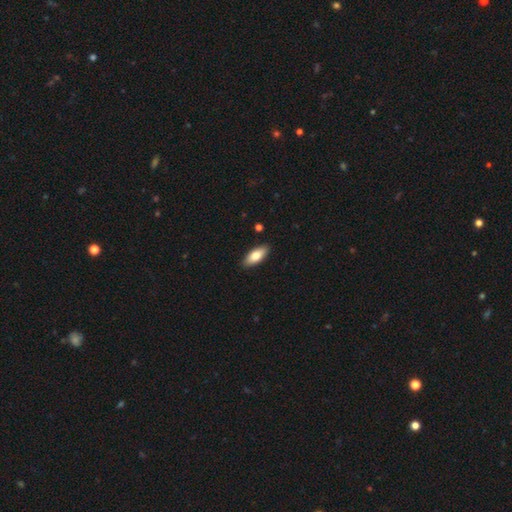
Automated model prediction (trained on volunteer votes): Smooth or featured?
  - smooth: 77% *
  - featured or disk: 17%
  - star or artifact: 6%
How rounded?
  - in between: 81% *
  - cigar-shaped: 17%
  - round: 2%
Merging?
  - none: 89% *
  - minor disturbance: 8%
  - major disturbance: 2%
  - merger: 1%